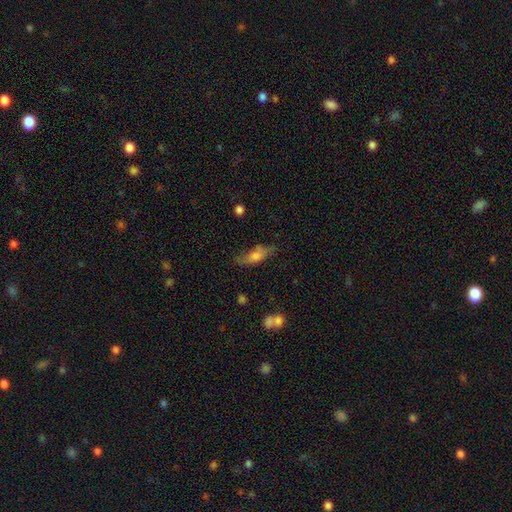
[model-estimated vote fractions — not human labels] This is possibly a smooth galaxy (57%). How rounded: possibly in between (53%). Merging: likely none (63%).